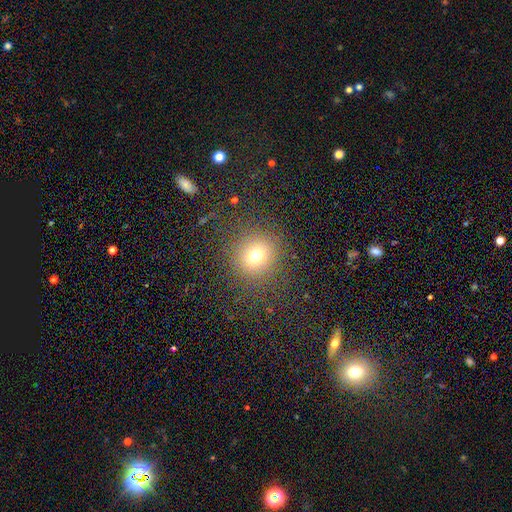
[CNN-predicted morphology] A smooth galaxy with no disk features (70%) that is round (86%).

Vote fractions:
- Smooth or featured? smooth: 70% / star or artifact: 20% / featured or disk: 10%
- How rounded? round: 86% / in between: 13% / cigar-shaped: 1%
- Merging? none: 85% / minor disturbance: 8% / major disturbance: 6% / merger: 2%